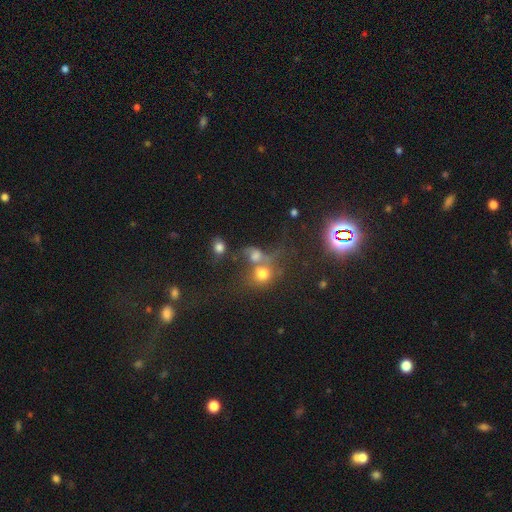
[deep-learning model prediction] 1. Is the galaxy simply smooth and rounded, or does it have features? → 60% smooth, 20% featured or disk, 20% star or artifact.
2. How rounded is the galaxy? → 63% round, 35% in between, 2% cigar-shaped.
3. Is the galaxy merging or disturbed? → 53% merger, 25% none, 12% major disturbance, 9% minor disturbance.